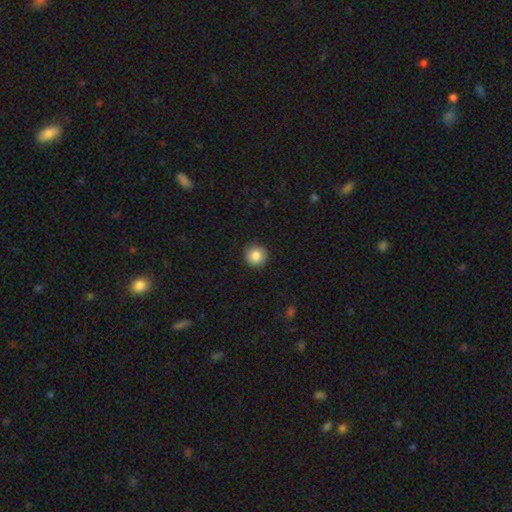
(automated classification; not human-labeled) This is clearly a smooth galaxy (86%). How rounded: clearly round (95%). Merging: clearly none (92%).